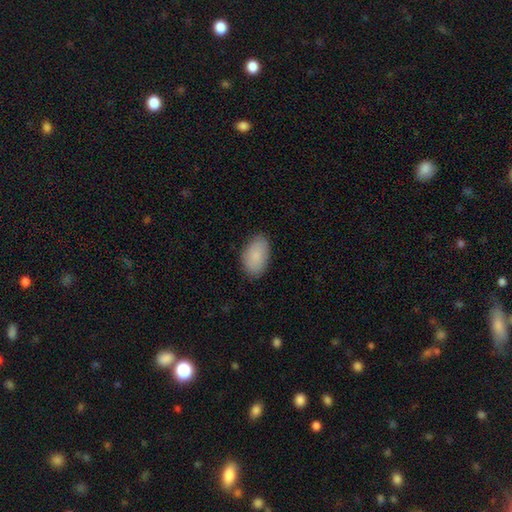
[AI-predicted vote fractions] Q: Smooth or featured?
A: smooth (86%); runner-up: featured or disk (7%)
Q: How rounded?
A: in between (92%); runner-up: round (7%)
Q: Merging?
A: none (84%); runner-up: minor disturbance (12%)